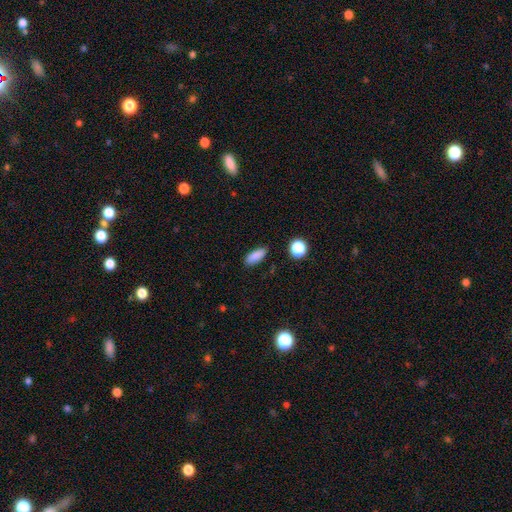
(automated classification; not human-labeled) This appears to be a smooth galaxy with no disk features (86%) that is in between round and cigar-shaped (77%). Merging: none (86%).